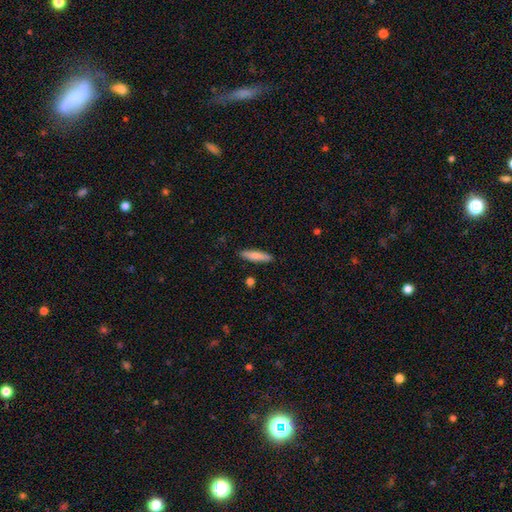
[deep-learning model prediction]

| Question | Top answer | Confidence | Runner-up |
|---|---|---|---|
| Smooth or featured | smooth | 81% | featured or disk (13%) |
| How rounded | cigar-shaped | 80% | in between (19%) |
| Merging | none | 88% | minor disturbance (8%) |